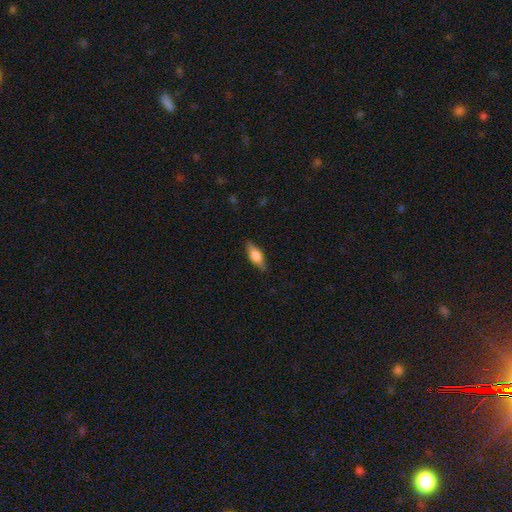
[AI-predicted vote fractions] Overall: smooth (56%; featured or disk 37%). How rounded: in between (64%; cigar-shaped 33%). Merging: none (85%).